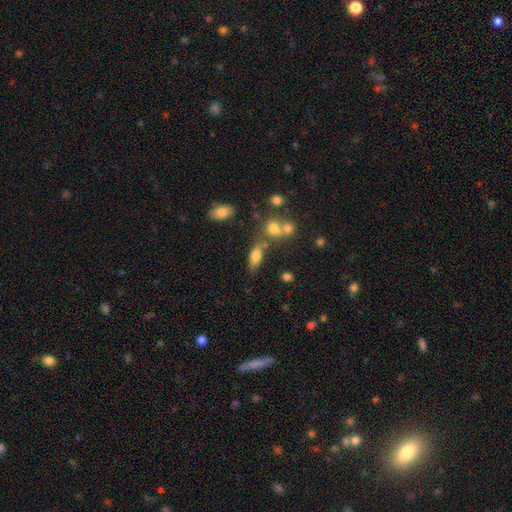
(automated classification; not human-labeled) This is likely a smooth galaxy (74%). How rounded: likely in between (76%). Merging: possibly none (54%).